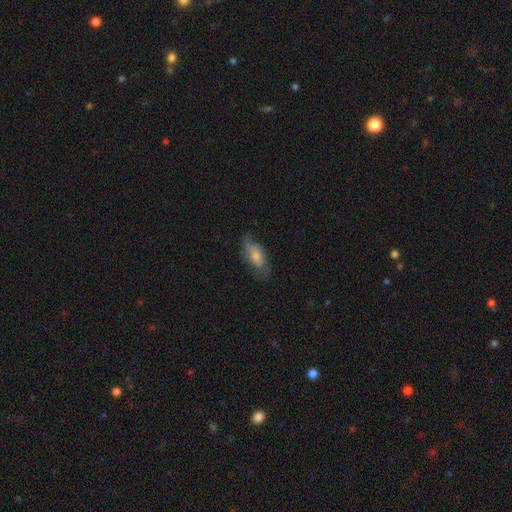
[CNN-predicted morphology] Smooth or featured: smooth — 53% (featured or disk — 39%)
How rounded: in between — 83% (cigar-shaped — 14%)
Merging: none — 59% (minor disturbance — 26%)